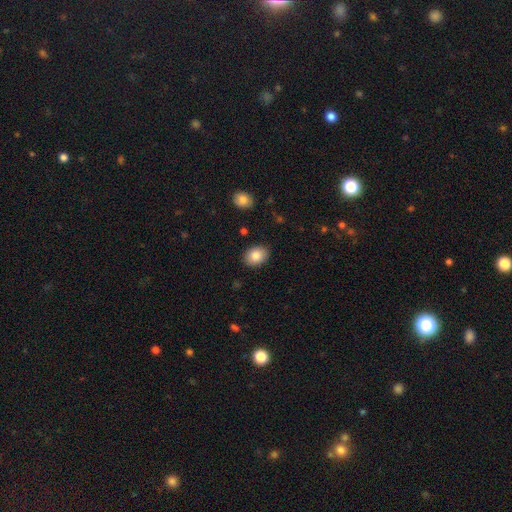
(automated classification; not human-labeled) smooth_or_featured: smooth (p=0.85) [alt: star or artifact p=0.08]
how_rounded: in between (p=0.66) [alt: round p=0.33]
merging: none (p=0.88) [alt: minor disturbance p=0.09]